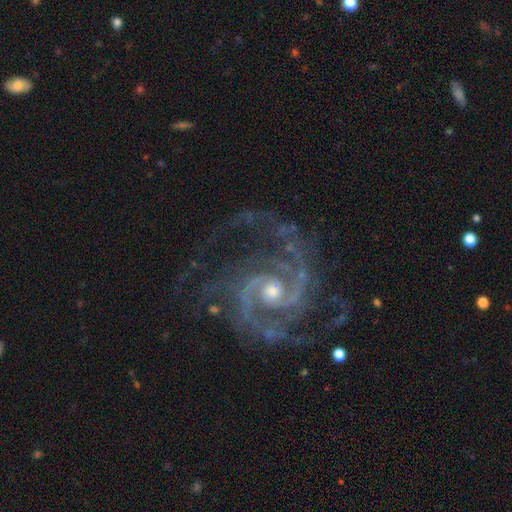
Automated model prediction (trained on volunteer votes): smooth_or_featured: featured or disk (p=0.92) [alt: star or artifact p=0.06]
disk_edge_on: no (p=0.98) [alt: yes p=0.02]
bar: weak (p=0.45) [alt: no p=0.37]
has_spiral_arms: yes (p=0.98) [alt: no p=0.02]
spiral_winding: medium (p=0.60) [alt: tight p=0.25]
spiral_arm_count: 2 (p=0.72) [alt: 3 p=0.11]
bulge_size: small (p=0.51) [alt: moderate p=0.43]
merging: none (p=0.69) [alt: minor disturbance p=0.16]